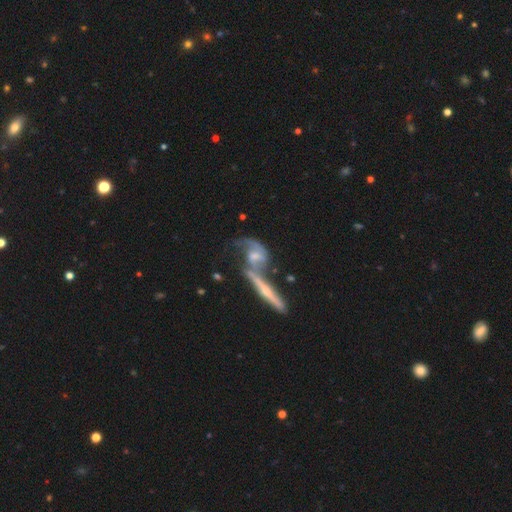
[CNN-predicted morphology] This appears to be a featured or disk galaxy (80%) with a weak bar (42%), 2 (79%) loose (45%) spiral arms (86%) and a moderate central bulge (43%). Merging: merger (42%).